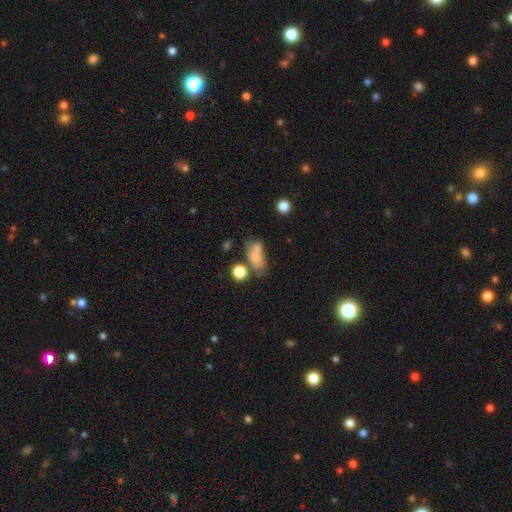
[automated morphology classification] This is likely a smooth galaxy (68%). How rounded: likely in between (75%). Merging: marginally merger (36%).